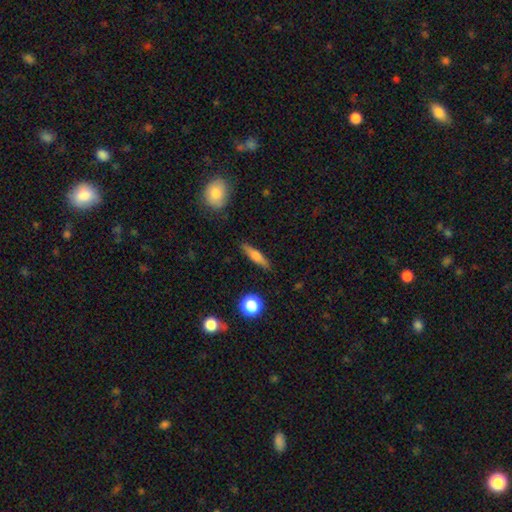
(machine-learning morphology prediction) This appears to be a smooth galaxy with no disk features (59%) that is cigar-shaped (76%). Merging: none (86%).